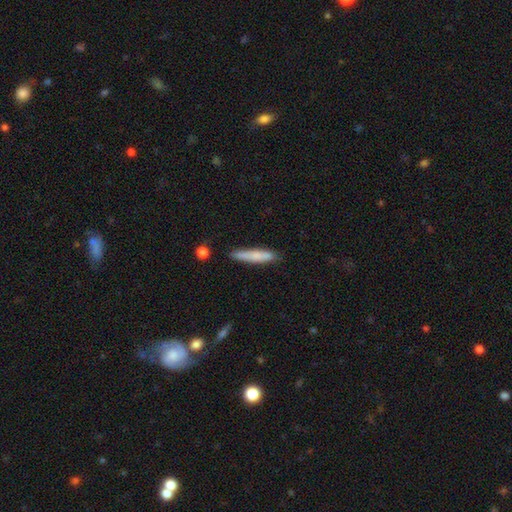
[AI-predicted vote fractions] The model was most divided on "smooth or featured": smooth: 75%, featured or disk: 19%, star or artifact: 6%. More confident: how rounded — cigar-shaped (91%); merging — none (82%).